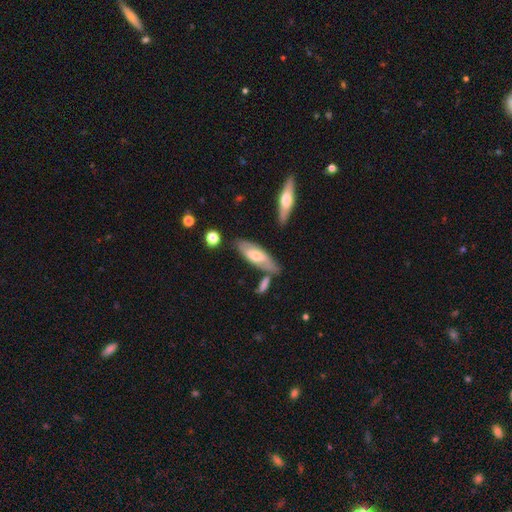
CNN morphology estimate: This appears to be a featured or disk galaxy (47%, tied with smooth). Merging: none (67%).